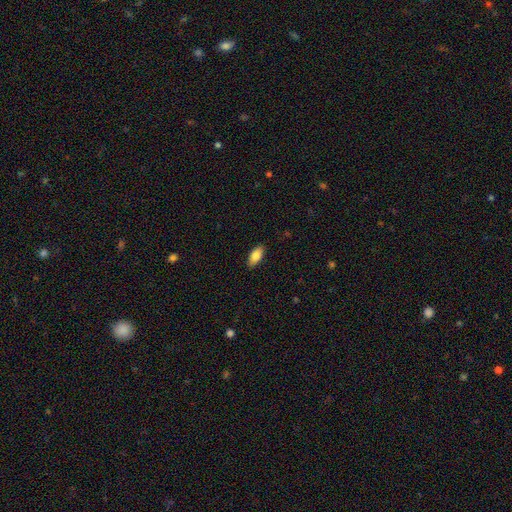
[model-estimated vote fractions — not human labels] smooth-or-featured: smooth: 85% | featured or disk: 8% | star or artifact: 7%
  how-rounded: in between: 90% | cigar-shaped: 8% | round: 2%
  merging: none: 88% | minor disturbance: 9% | major disturbance: 2% | merger: 1%